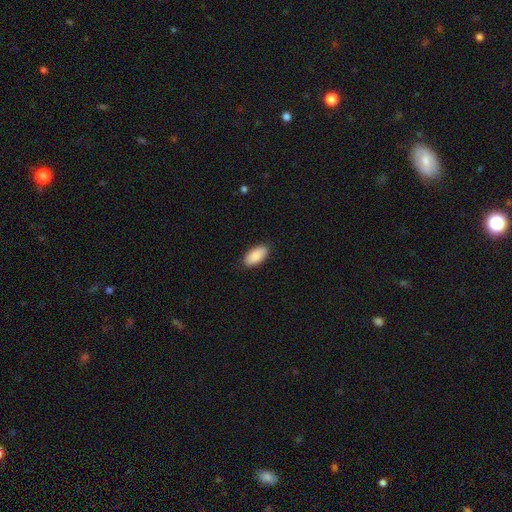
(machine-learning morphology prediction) smooth-or-featured: smooth: 88% | featured or disk: 6% | star or artifact: 6%
  how-rounded: in between: 93% | cigar-shaped: 5% | round: 2%
  merging: none: 88% | minor disturbance: 9% | major disturbance: 2% | merger: 1%